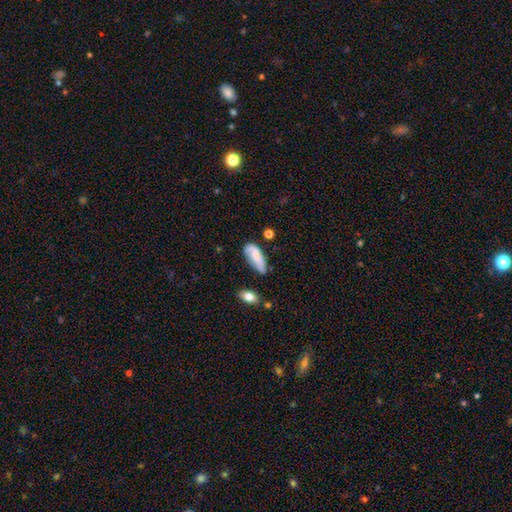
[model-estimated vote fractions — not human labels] smooth 65%, featured or disk 27%, star or artifact 8%. Down the decision tree: how rounded — in between (78%); merging — none (42%).